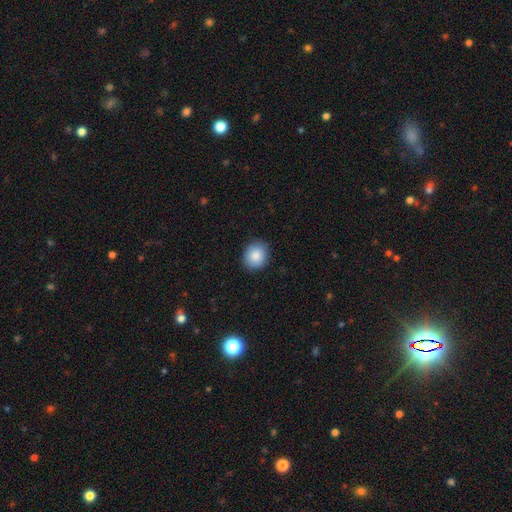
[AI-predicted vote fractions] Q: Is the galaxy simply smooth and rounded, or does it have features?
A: smooth — 87%.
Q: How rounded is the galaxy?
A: round — 77%.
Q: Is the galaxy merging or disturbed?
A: none — 88%.